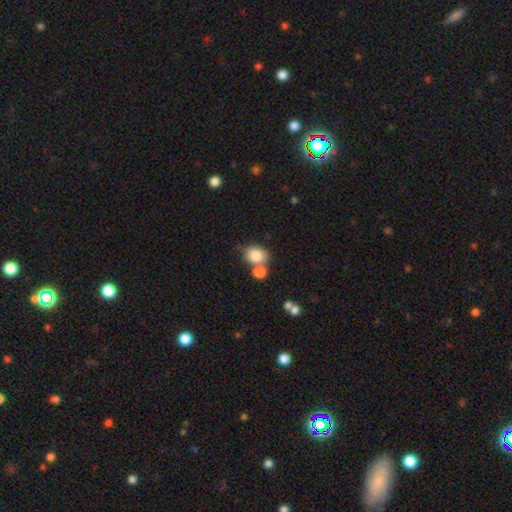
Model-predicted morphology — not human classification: smooth 84%, star or artifact 9%, featured or disk 7%. Down the decision tree: how rounded — round (52%); merging — none (52%).